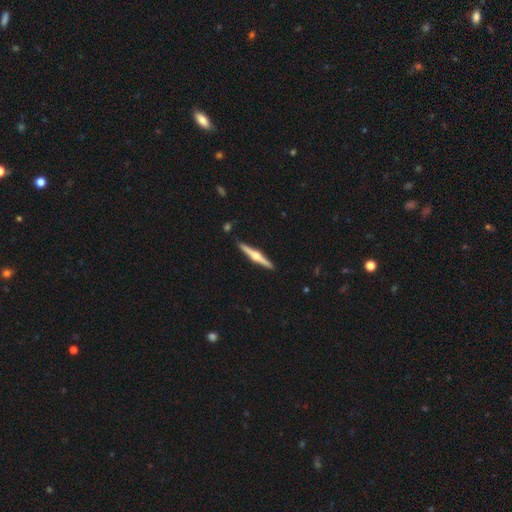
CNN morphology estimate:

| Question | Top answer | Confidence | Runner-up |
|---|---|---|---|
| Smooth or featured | featured or disk | 76% | smooth (19%) |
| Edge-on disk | yes | 98% | no (2%) |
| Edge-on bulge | rounded | 94% | boxy (4%) |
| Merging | none | 91% | minor disturbance (6%) |